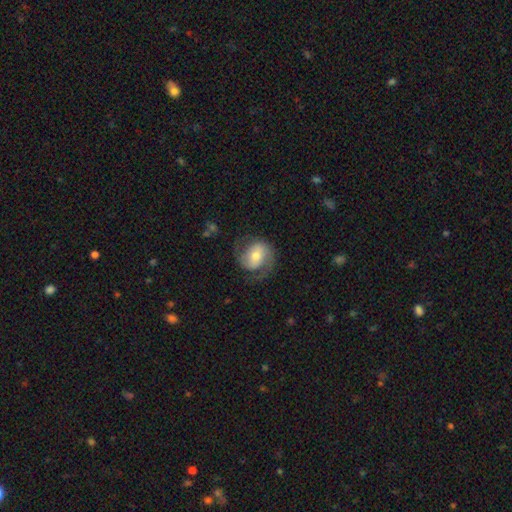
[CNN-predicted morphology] Overall: featured or disk (71%). Edge-on disk: no (97%). Bar: no (43%; weak 39%). Spiral arms: yes (91%). Spiral arm count: 2 (84%). Spiral winding: medium (48%; loose 26%). Bulge size: moderate (61%; small 28%). Merging: none (68%).